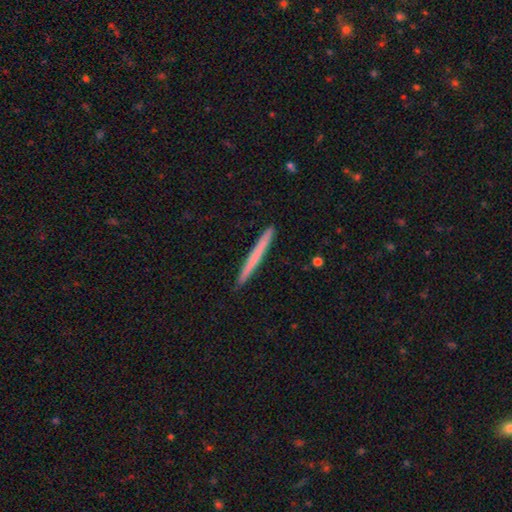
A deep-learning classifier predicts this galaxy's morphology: Smooth or featured? smooth (59%)
How rounded? cigar-shaped (97%)
Merging? none (93%)